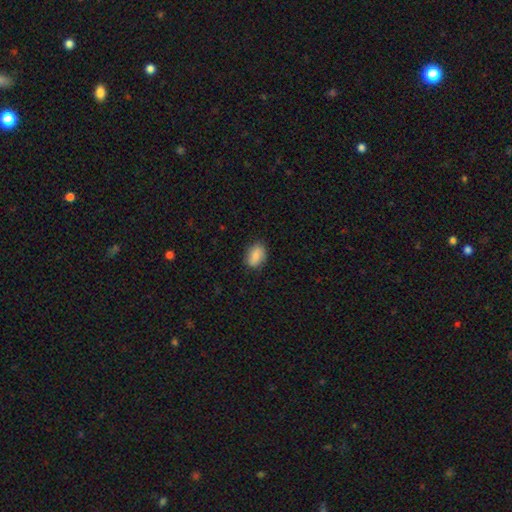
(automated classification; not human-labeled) Smooth or featured? Predicted: smooth (p=0.79). How rounded? Predicted: in between (p=0.79). Merging? Predicted: none (p=0.81).